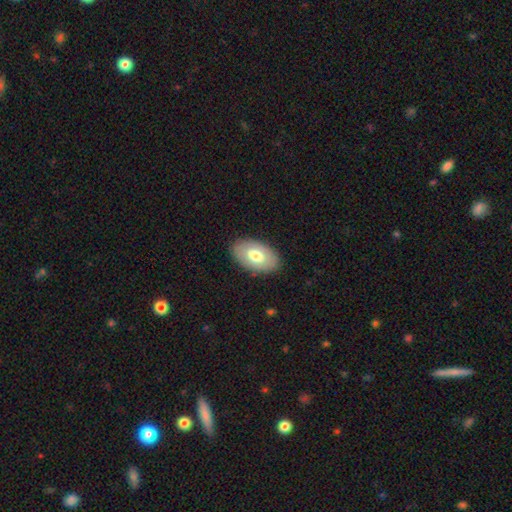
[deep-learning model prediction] Smooth or featured: smooth — 65% (featured or disk — 29%)
How rounded: in between — 93% (round — 5%)
Merging: none — 86% (minor disturbance — 10%)